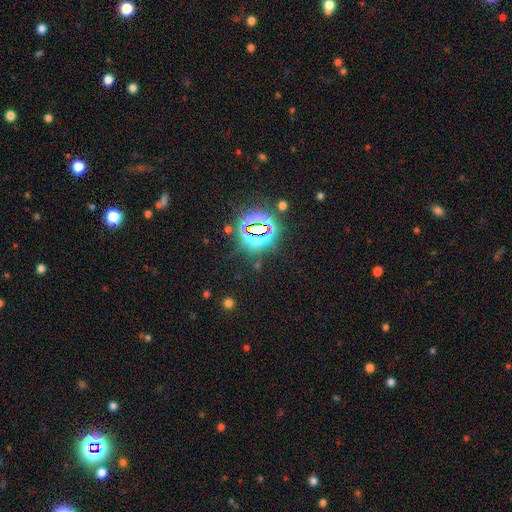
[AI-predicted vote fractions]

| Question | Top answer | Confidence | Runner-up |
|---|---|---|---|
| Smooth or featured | star or artifact | 82% | smooth (10%) |